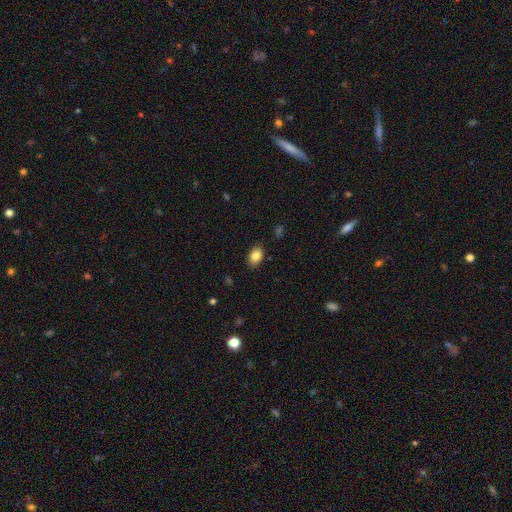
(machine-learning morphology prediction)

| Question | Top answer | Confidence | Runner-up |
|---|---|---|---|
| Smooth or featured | smooth | 85% | star or artifact (8%) |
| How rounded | in between | 84% | round (15%) |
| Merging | none | 87% | minor disturbance (10%) |